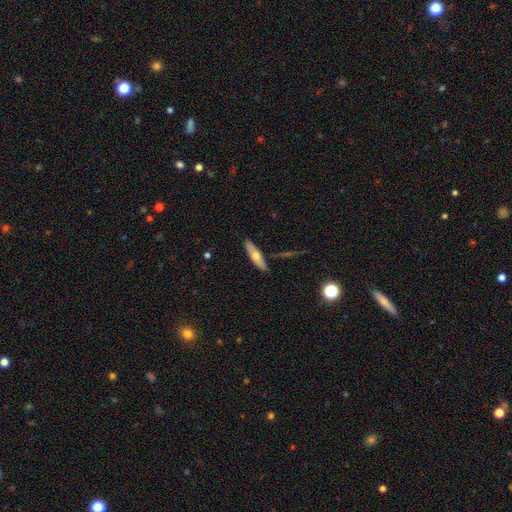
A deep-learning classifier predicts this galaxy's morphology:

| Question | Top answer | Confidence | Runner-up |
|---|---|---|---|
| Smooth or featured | smooth | 52% | featured or disk (41%) |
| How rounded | cigar-shaped | 68% | in between (29%) |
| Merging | none | 86% | minor disturbance (10%) |